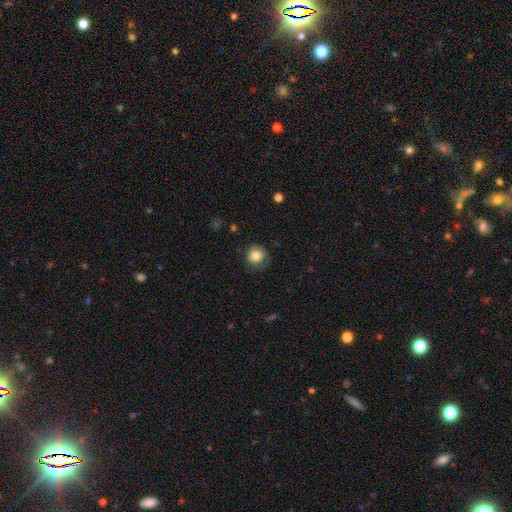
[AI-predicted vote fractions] A smooth galaxy with no disk features (82%) that is round (92%). Merging: none (80%).